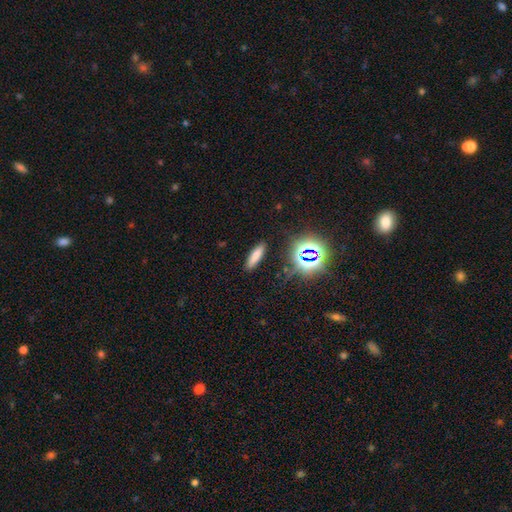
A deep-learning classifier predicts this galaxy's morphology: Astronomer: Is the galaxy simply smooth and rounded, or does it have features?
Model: smooth — 72%.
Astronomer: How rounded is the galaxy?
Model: cigar-shaped — 70%.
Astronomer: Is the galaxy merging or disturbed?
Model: none — 88%.